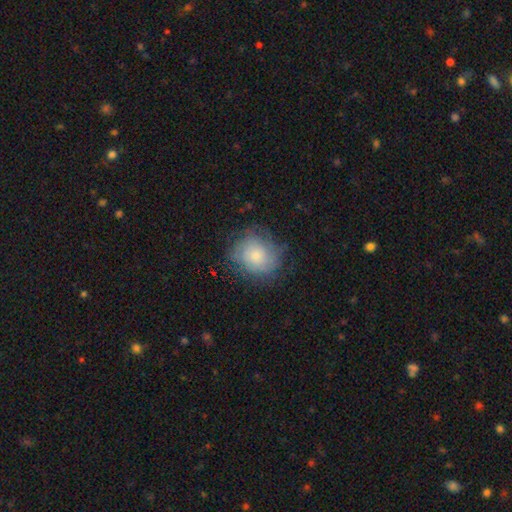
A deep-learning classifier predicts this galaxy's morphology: This is possibly a smooth galaxy (58%). How rounded: likely round (74%). Merging: likely none (68%).